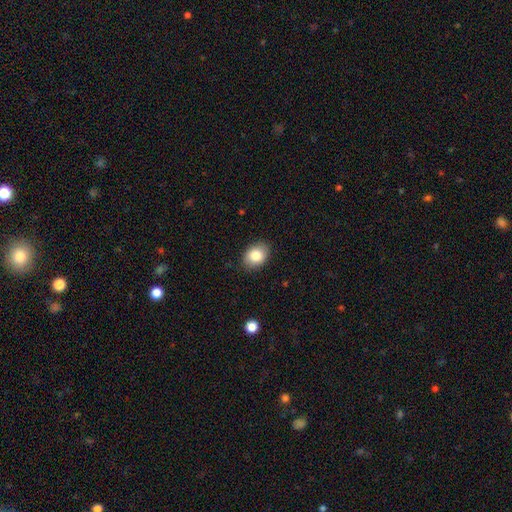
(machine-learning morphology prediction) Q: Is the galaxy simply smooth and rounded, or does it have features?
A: smooth — 84%.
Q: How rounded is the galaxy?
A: in between — 71%.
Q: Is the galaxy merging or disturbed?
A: none — 86%.